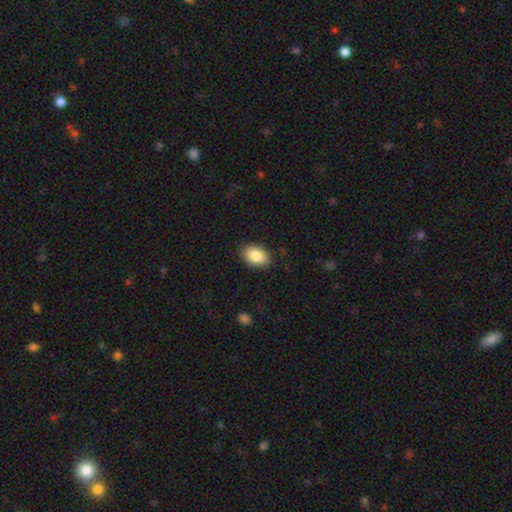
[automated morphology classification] This is clearly a smooth galaxy (86%). How rounded: clearly in between (86%). Merging: clearly none (88%).